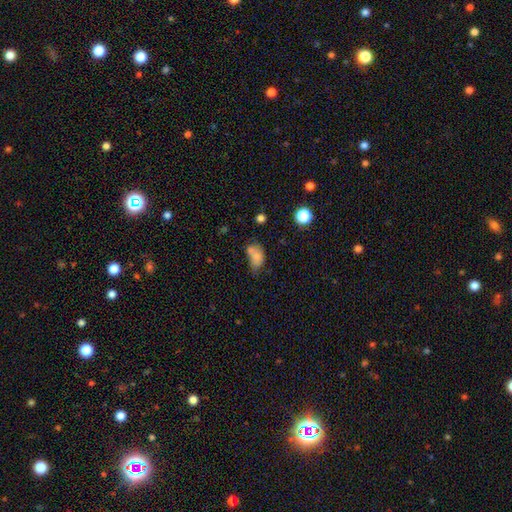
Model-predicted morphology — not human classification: Smooth or featured: smooth — 73% (featured or disk — 14%)
How rounded: in between — 79% (round — 19%)
Merging: merger — 35% (none — 29%)